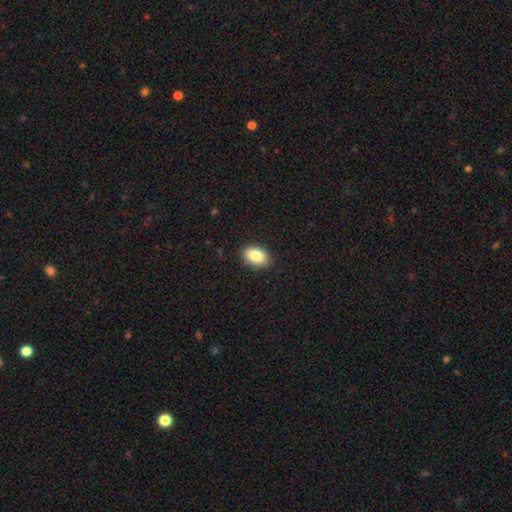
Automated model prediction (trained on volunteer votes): Morphology: type=smooth (84%); roundness=in between (82%); merging=none (88%).